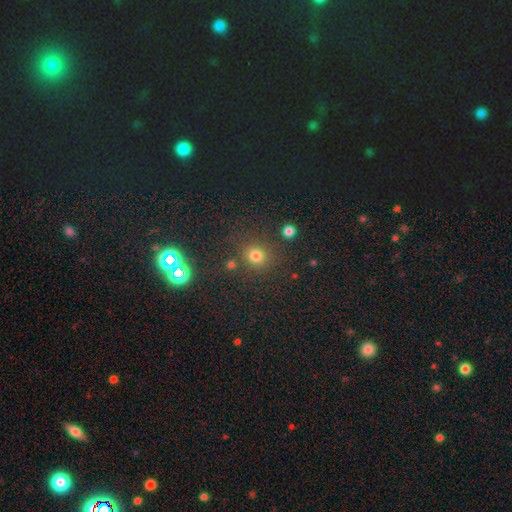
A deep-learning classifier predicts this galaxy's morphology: Smooth or featured?
  - smooth: 74% *
  - star or artifact: 20%
  - featured or disk: 6%
How rounded?
  - round: 88% *
  - in between: 11%
  - cigar-shaped: 1%
Merging?
  - none: 78% *
  - minor disturbance: 9%
  - merger: 8%
  - major disturbance: 5%